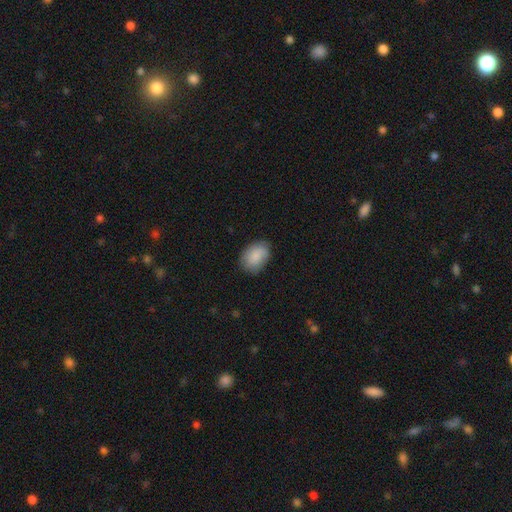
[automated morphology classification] Smooth or featured: smooth — 87% (featured or disk — 7%)
How rounded: in between — 84% (round — 15%)
Merging: none — 81% (minor disturbance — 15%)